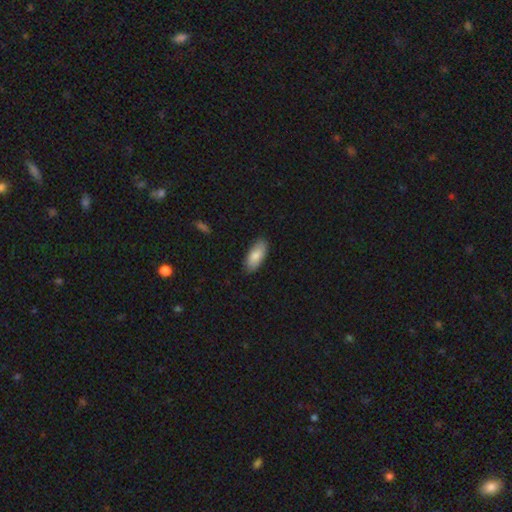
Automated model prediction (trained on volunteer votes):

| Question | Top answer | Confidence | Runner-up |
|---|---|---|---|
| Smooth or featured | smooth | 84% | featured or disk (10%) |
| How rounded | in between | 88% | cigar-shaped (10%) |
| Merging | none | 86% | minor disturbance (11%) |